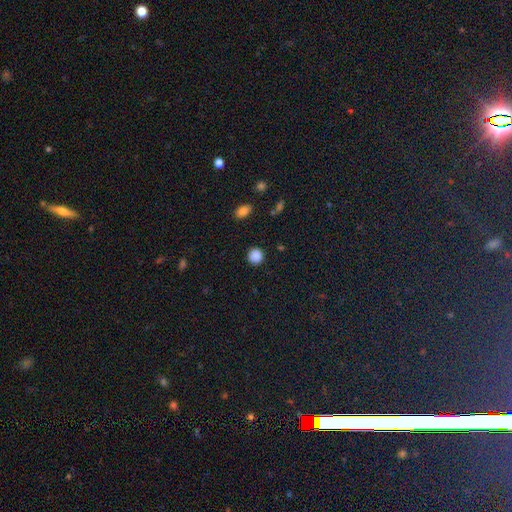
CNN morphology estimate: Smooth or featured? smooth (87%)
How rounded? round (91%)
Merging? none (90%)